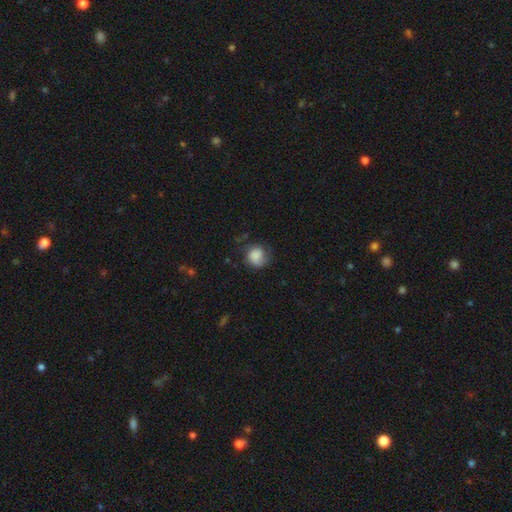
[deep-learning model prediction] Morphology: type=smooth (75%); roundness=round (77%); merging=none (53%).